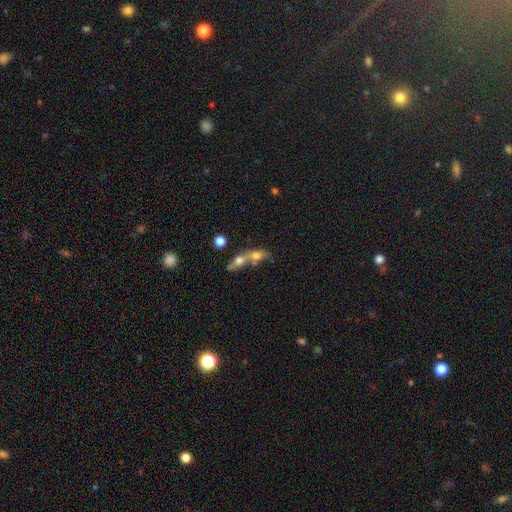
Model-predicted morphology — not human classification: Smooth or featured: smooth — 54% (featured or disk — 33%)
How rounded: in between — 51% (round — 30%)
Merging: merger — 71% (none — 16%)